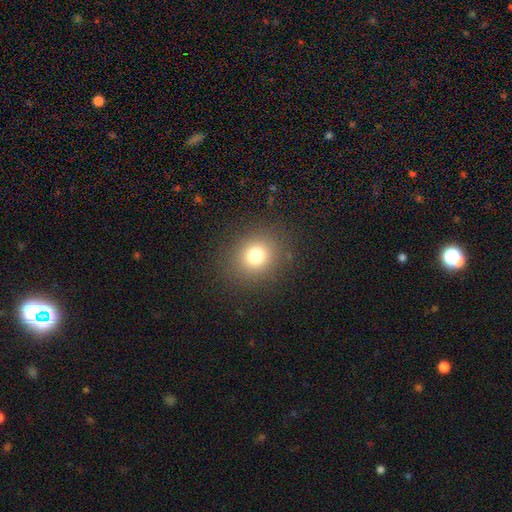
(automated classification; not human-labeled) Smooth or featured? Predicted: smooth (p=0.76). How rounded? Predicted: round (p=0.78). Merging? Predicted: none (p=0.87).